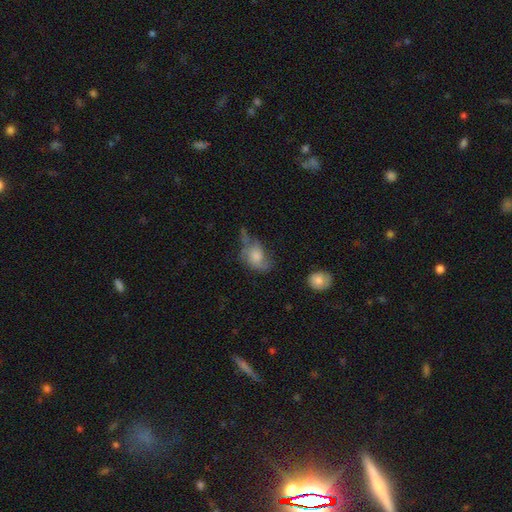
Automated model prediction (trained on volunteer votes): Smooth or featured?
  - smooth: 47% *
  - featured or disk: 43%
  - star or artifact: 11%
Merging?
  - none: 38% *
  - minor disturbance: 30%
  - major disturbance: 25%
  - merger: 6%